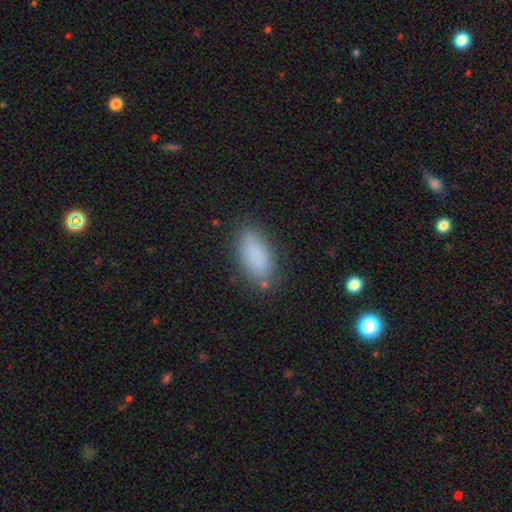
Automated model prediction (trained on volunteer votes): Overall: smooth (86%). How rounded: in between (88%). Merging: none (79%).